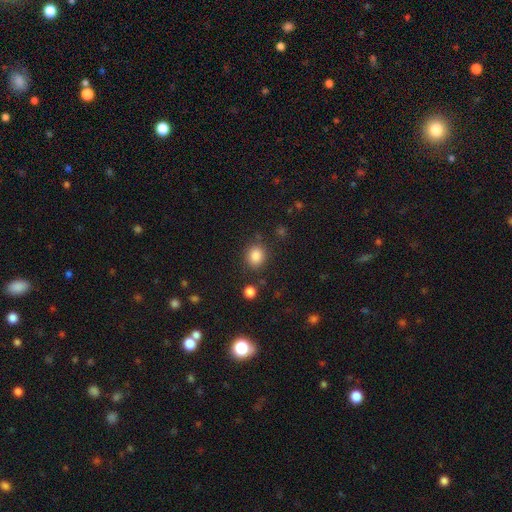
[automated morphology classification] A smooth galaxy with no disk features (85%) that is round (69%).

Vote fractions:
- Smooth or featured? smooth: 85% / star or artifact: 10% / featured or disk: 4%
- How rounded? round: 69% / in between: 30% / cigar-shaped: 1%
- Merging? none: 83% / minor disturbance: 10% / merger: 4% / major disturbance: 4%